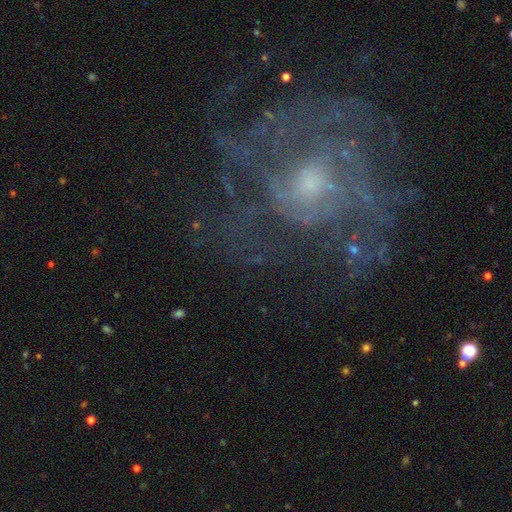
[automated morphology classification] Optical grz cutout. It shows a featured or disk galaxy (75%) with no bar (76%), tight (47%) spiral arms (78%) and a small central bulge (50%). Merging: none (61%).